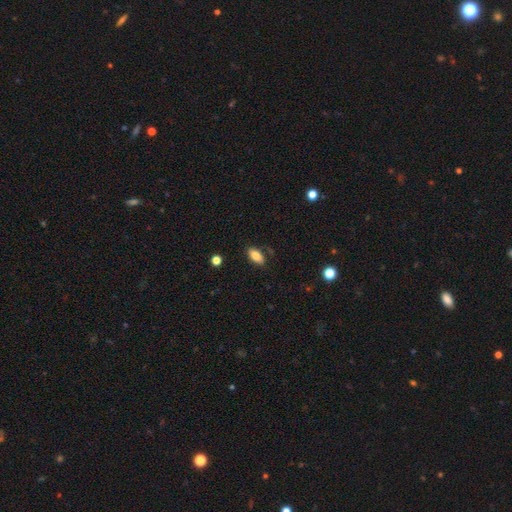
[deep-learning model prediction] The model was most divided on "merging": none: 83%, minor disturbance: 12%, major disturbance: 3%, merger: 2%. More confident: how rounded — in between (89%); smooth or featured — smooth (83%).